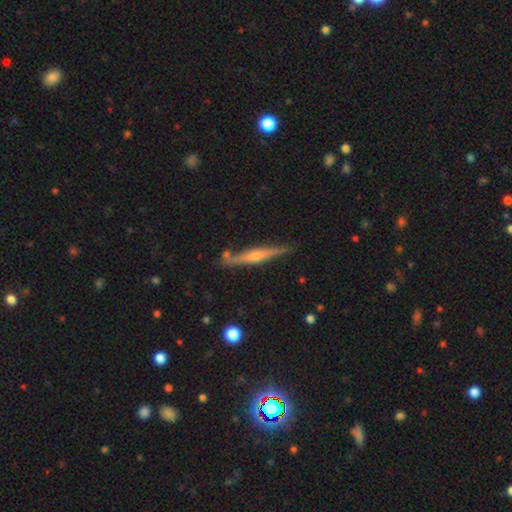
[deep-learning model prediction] This appears to be a featured or disk galaxy (64%) viewed edge-on (96%) with a rounded central bulge (74%). Merging: none (82%).